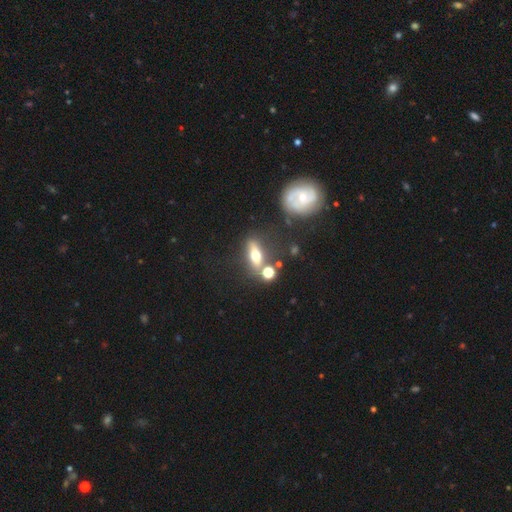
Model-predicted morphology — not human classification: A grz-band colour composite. It shows a smooth galaxy with no disk features (50%). Merging: none (65%).